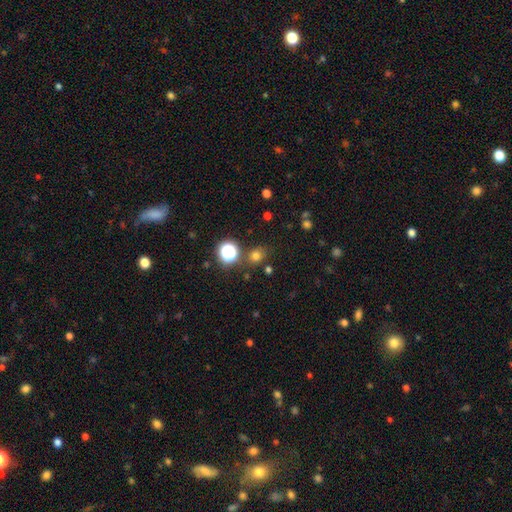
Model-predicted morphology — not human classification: Smooth or featured? smooth (71%)
How rounded? round (76%)
Merging? none (80%)